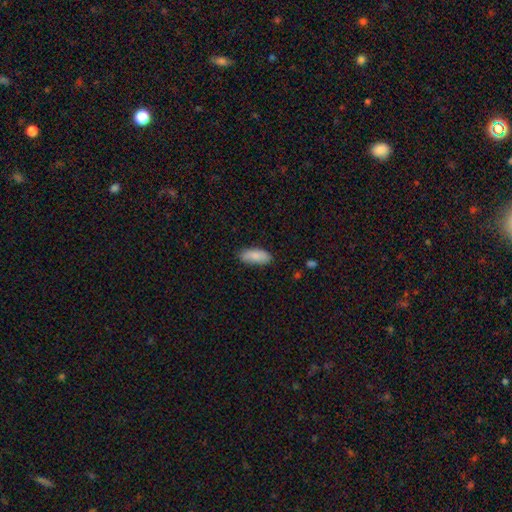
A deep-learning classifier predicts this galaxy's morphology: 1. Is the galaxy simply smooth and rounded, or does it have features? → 87% smooth, 7% featured or disk, 6% star or artifact.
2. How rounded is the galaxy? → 83% in between, 15% cigar-shaped, 2% round.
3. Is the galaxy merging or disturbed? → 82% none, 14% minor disturbance, 3% major disturbance, 1% merger.